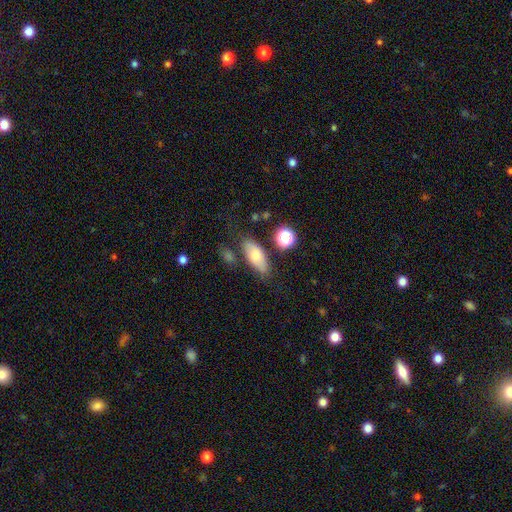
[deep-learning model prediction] Smooth or featured?
  - smooth: 70% *
  - featured or disk: 21%
  - star or artifact: 9%
How rounded?
  - in between: 81% *
  - cigar-shaped: 14%
  - round: 5%
Merging?
  - none: 71% *
  - minor disturbance: 17%
  - merger: 6%
  - major disturbance: 6%